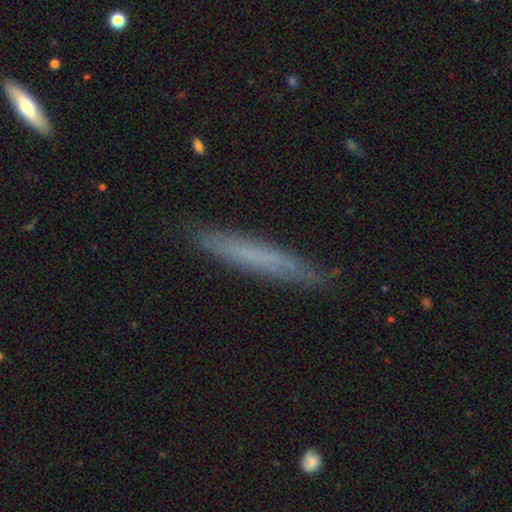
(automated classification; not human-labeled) Smooth or featured: smooth — 58% (featured or disk — 35%)
How rounded: cigar-shaped — 95% (in between — 4%)
Merging: none — 85% (minor disturbance — 11%)